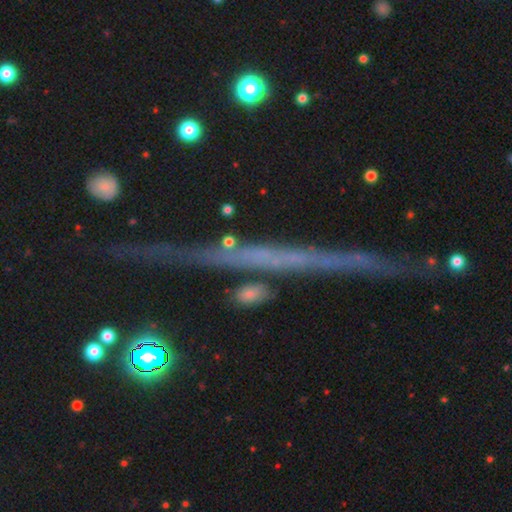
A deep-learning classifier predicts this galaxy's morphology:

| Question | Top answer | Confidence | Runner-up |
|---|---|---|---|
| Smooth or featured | featured or disk | 49% | star or artifact (31%) |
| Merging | none | 82% | minor disturbance (10%) |